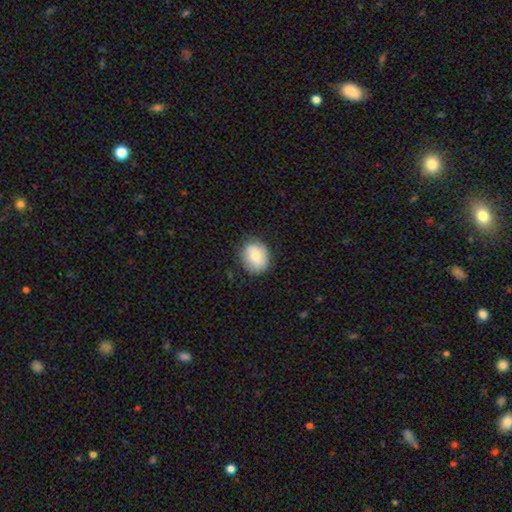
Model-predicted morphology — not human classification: A smooth galaxy with no disk features (79%) that is round (64%). Merging: none (81%).